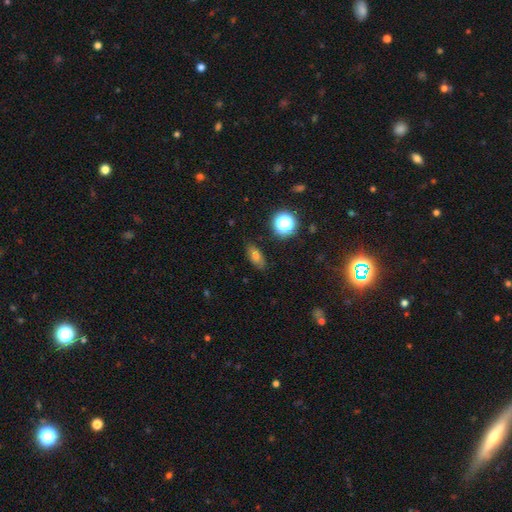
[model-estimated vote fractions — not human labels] The model was most divided on "smooth or featured": smooth: 65%, featured or disk: 17%, star or artifact: 17%. More confident: merging — none (80%); how rounded — in between (76%).